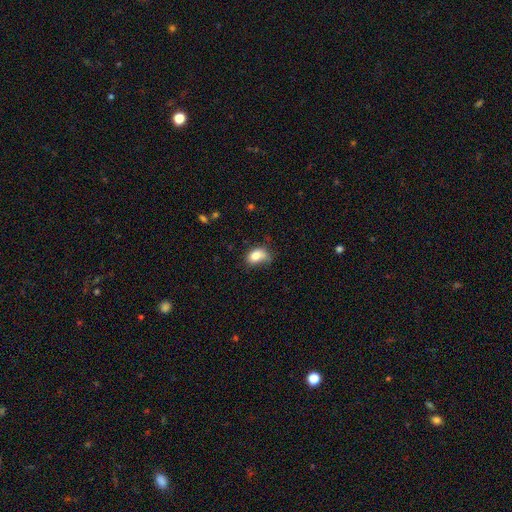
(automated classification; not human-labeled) The model was most divided on "merging": none: 41%, minor disturbance: 38%, major disturbance: 16%, merger: 5%. More confident: smooth or featured — smooth (80%); how rounded — in between (79%).